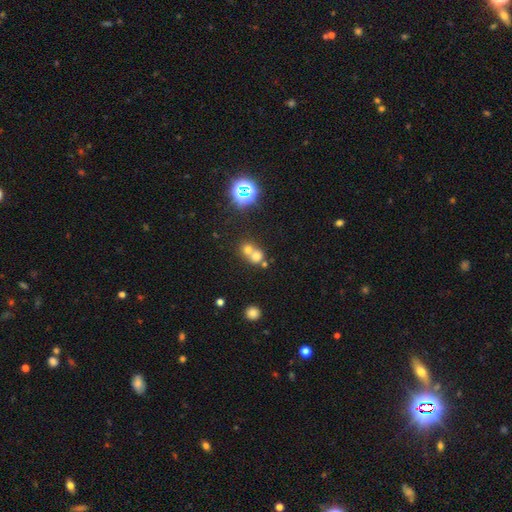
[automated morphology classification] A smooth galaxy with no disk features (65%) that is round (78%).

Vote fractions:
- Smooth or featured? smooth: 65% / star or artifact: 20% / featured or disk: 15%
- How rounded? round: 78% / in between: 21% / cigar-shaped: 1%
- Merging? merger: 61% / none: 31% / minor disturbance: 5% / major disturbance: 3%